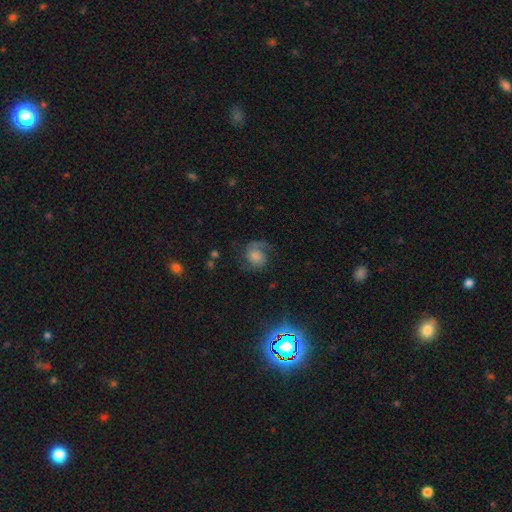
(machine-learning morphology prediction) Smooth or featured? Predicted: featured or disk (p=0.73). Edge-on disk? Predicted: no (p=0.98). Bar? Predicted: no (p=0.69). Spiral arms? Predicted: yes (p=0.95). Spiral winding? Predicted: medium (p=0.49). Spiral arm count? Predicted: 2 (p=0.82). Bulge size? Predicted: large (p=0.27, tied with moderate). Merging? Predicted: none (p=0.66).